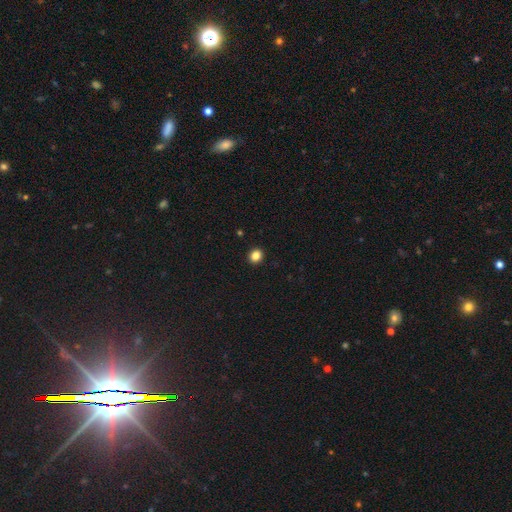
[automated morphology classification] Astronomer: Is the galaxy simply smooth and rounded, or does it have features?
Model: smooth — 85%.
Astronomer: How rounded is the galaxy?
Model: round — 73%.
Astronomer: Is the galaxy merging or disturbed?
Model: none — 93%.